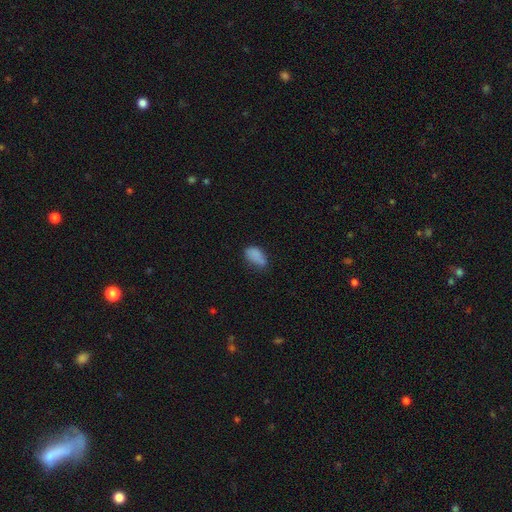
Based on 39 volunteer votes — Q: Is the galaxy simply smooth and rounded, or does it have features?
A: smooth — 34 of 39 (87%).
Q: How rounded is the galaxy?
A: in between — 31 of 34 (91%).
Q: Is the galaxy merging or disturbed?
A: none — 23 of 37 (62%).